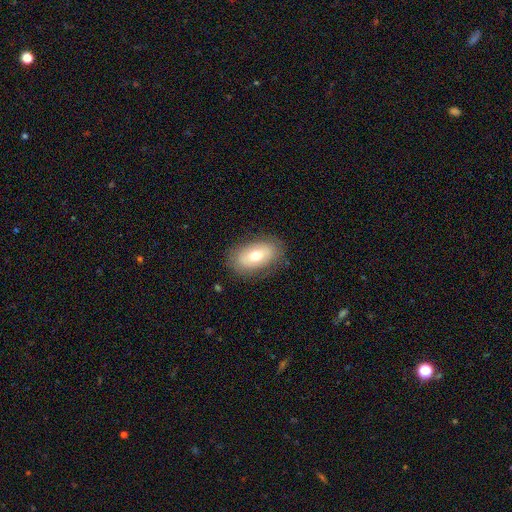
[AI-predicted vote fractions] smooth-or-featured: smooth: 63% | featured or disk: 29% | star or artifact: 7%
  how-rounded: in between: 92% | round: 6% | cigar-shaped: 2%
  merging: none: 83% | minor disturbance: 12% | major disturbance: 4% | merger: 1%